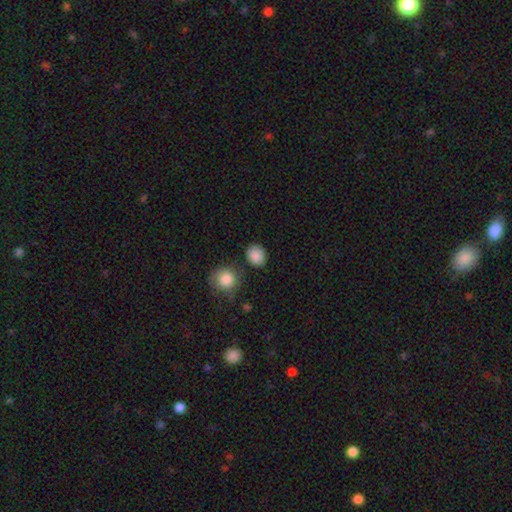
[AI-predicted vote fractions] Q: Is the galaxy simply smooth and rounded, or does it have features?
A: smooth — 88%.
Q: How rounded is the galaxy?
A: round — 61%.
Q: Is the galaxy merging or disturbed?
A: none — 80%.